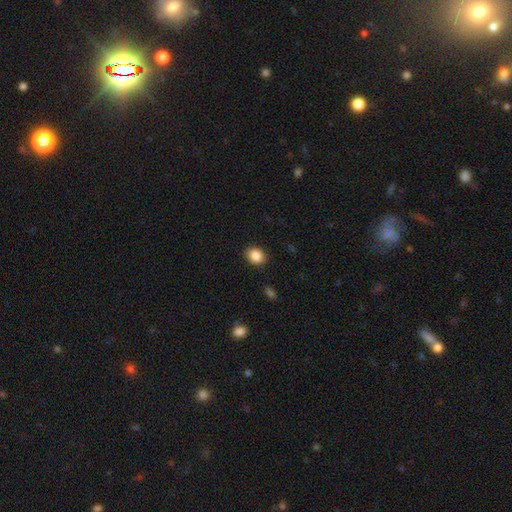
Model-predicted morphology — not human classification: type=smooth (87%); roundness=in between (53%); merging=none (89%).